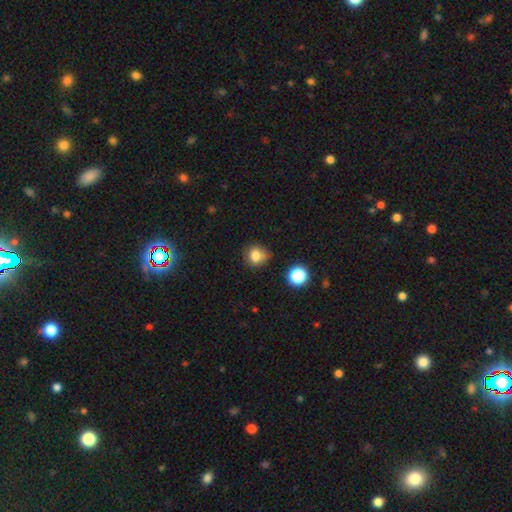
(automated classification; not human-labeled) smooth 79%, star or artifact 13%, featured or disk 8%. Down the decision tree: how rounded — round (80%); merging — none (74%).